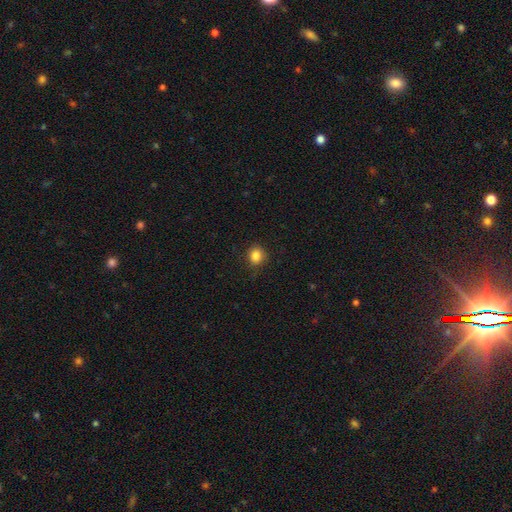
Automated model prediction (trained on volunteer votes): Smooth or featured?
  - smooth: 85% *
  - star or artifact: 11%
  - featured or disk: 4%
How rounded?
  - round: 83% *
  - in between: 16%
  - cigar-shaped: 1%
Merging?
  - none: 84% *
  - minor disturbance: 12%
  - major disturbance: 3%
  - merger: 1%